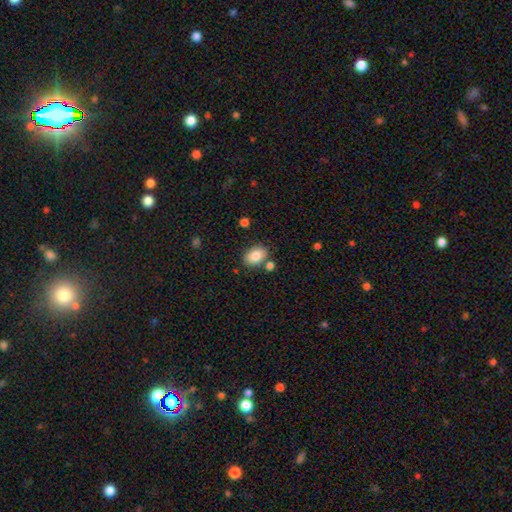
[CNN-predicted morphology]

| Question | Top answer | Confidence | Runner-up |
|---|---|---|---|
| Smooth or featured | smooth | 84% | featured or disk (8%) |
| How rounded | in between | 84% | round (14%) |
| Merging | none | 77% | minor disturbance (12%) |